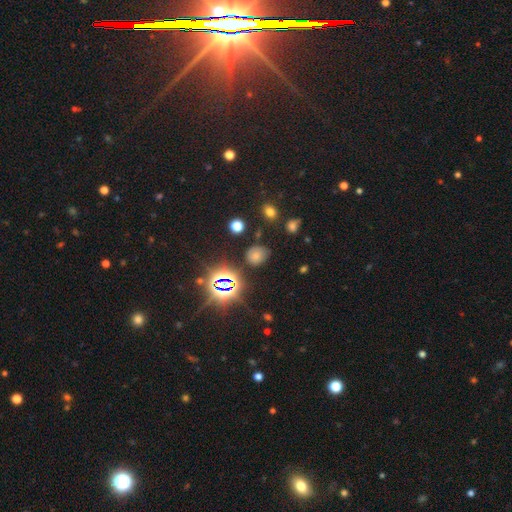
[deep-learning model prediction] This is possibly a smooth galaxy (59%). How rounded: likely round (64%). Merging: likely none (71%).